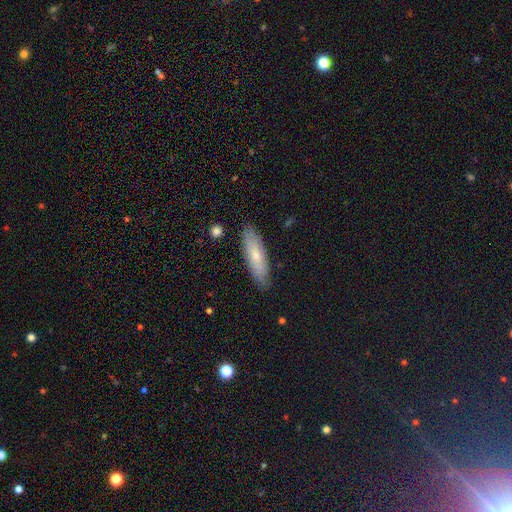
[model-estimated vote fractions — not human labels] smooth 64%, featured or disk 29%, star or artifact 6%. Down the decision tree: how rounded — cigar-shaped (56%); merging — none (85%).